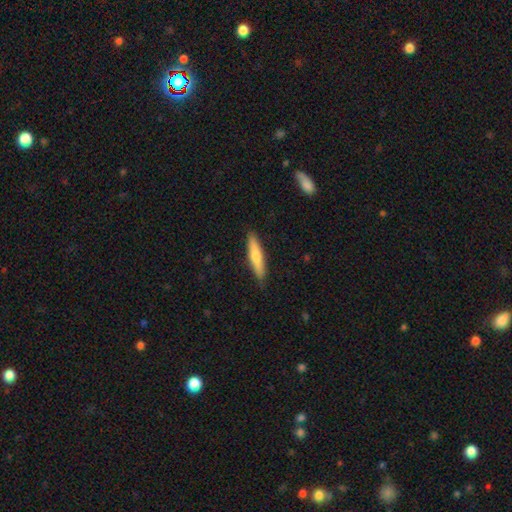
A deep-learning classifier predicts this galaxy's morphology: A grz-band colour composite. It shows a smooth galaxy with no disk features (60%) that is cigar-shaped (86%). Merging: none (89%).